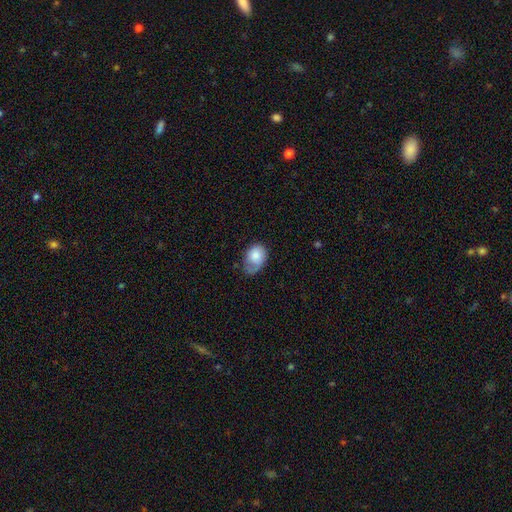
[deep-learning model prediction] smooth_or_featured: smooth (p=0.72) [alt: featured or disk p=0.21]
how_rounded: in between (p=0.76) [alt: round p=0.23]
merging: minor disturbance (p=0.38) [alt: none p=0.37]